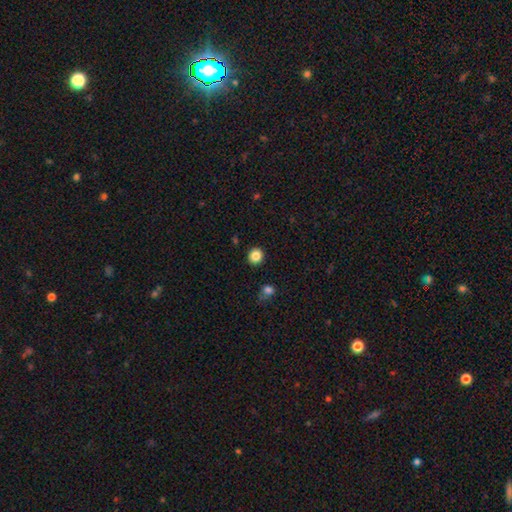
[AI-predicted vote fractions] Q: Smooth or featured?
A: smooth (85%); runner-up: star or artifact (11%)
Q: How rounded?
A: round (90%); runner-up: in between (9%)
Q: Merging?
A: none (91%); runner-up: minor disturbance (5%)